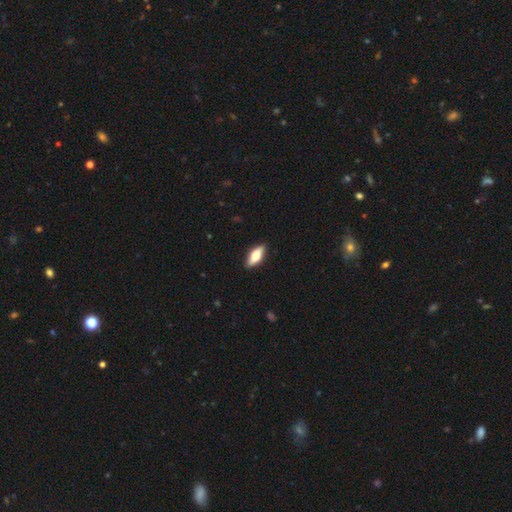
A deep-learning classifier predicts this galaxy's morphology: Smooth or featured? smooth (58%)
How rounded? in between (70%)
Merging? none (88%)